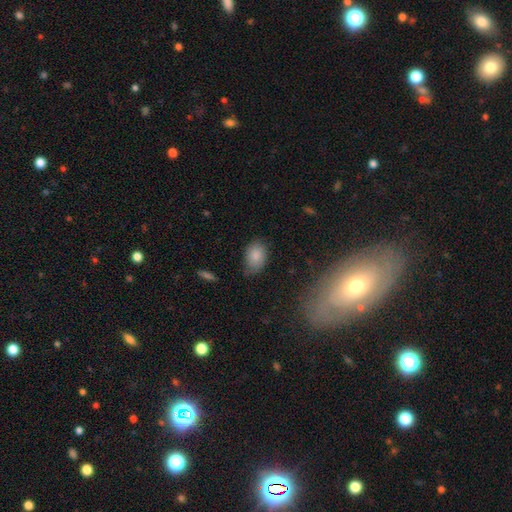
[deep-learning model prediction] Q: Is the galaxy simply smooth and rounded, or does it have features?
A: smooth — 84%.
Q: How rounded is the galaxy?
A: in between — 86%.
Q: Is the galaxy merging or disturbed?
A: none — 66%.